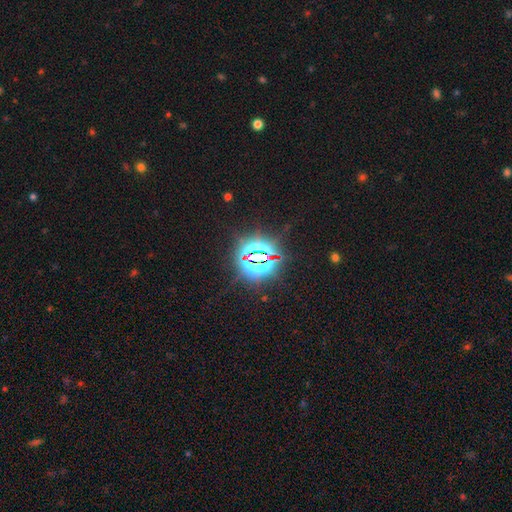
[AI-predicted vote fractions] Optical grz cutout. It shows a star or artifact, not a galaxy (83%).